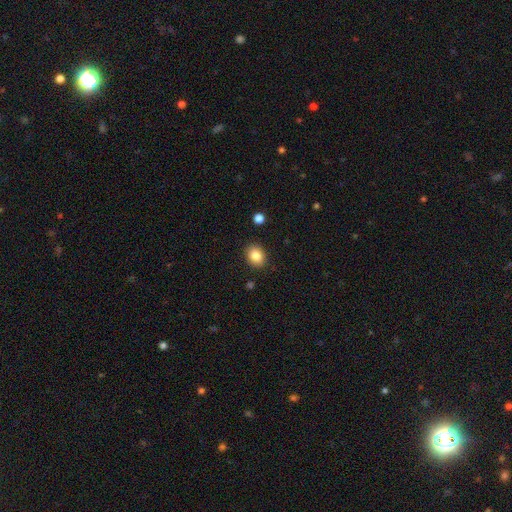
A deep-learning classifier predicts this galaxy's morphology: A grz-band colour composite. It shows a smooth galaxy with no disk features (86%) that is in between round and cigar-shaped (56%). Merging: none (88%).